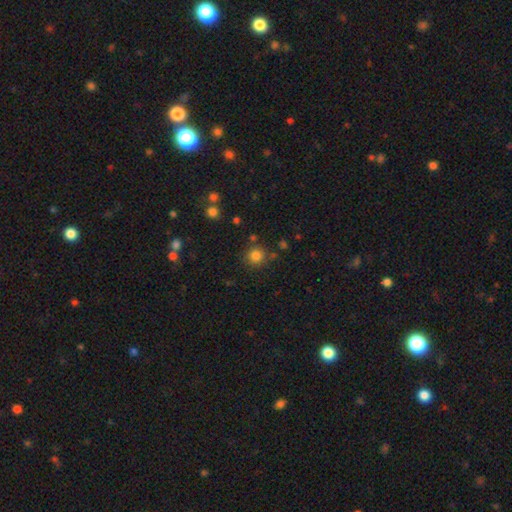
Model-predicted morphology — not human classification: The model was most divided on "smooth or featured": smooth: 82%, star or artifact: 13%, featured or disk: 6%. More confident: how rounded — round (93%); merging — none (80%).